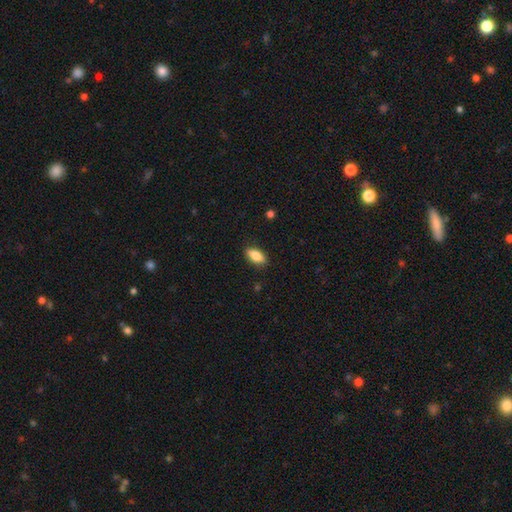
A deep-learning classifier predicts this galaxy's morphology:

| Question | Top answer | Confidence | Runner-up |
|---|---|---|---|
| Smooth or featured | smooth | 83% | featured or disk (9%) |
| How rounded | in between | 86% | cigar-shaped (10%) |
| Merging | none | 87% | minor disturbance (9%) |